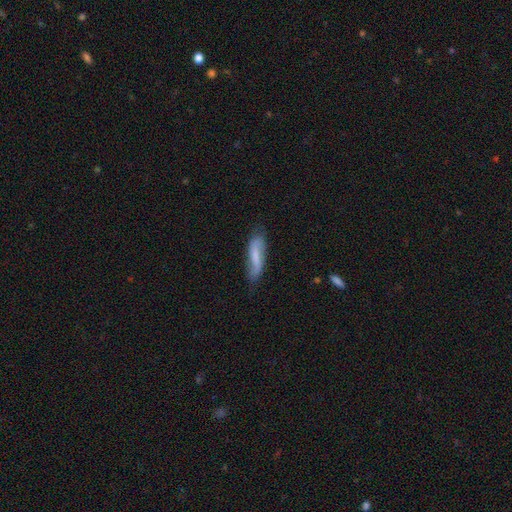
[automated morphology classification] A smooth galaxy with no disk features (49%). Merging: none (67%).